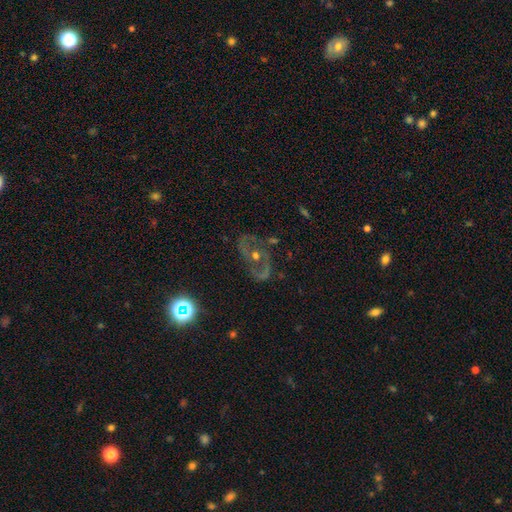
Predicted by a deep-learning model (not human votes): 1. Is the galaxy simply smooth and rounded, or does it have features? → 74% featured or disk, 14% star or artifact, 12% smooth.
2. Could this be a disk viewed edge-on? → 96% no, 4% yes.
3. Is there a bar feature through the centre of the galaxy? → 66% no, 24% weak, 10% strong.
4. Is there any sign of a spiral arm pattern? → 73% yes, 27% no.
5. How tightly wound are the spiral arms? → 46% medium, 33% loose, 21% tight.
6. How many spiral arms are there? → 74% 2, 11% can't tell, 9% 1, 3% 3, 2% 4, 2% more than 4.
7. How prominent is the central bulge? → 56% moderate, 36% small, 4% large, 3% none, 1% dominant.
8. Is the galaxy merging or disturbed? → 65% none, 16% minor disturbance, 15% major disturbance, 4% merger.